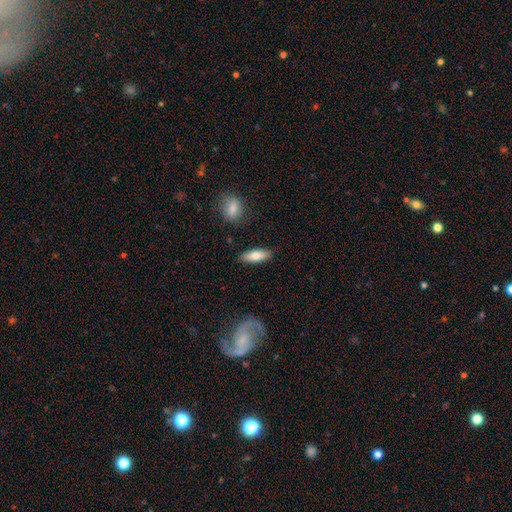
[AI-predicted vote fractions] Overall: smooth (75%). How rounded: in between (65%; cigar-shaped 32%). Merging: none (85%).